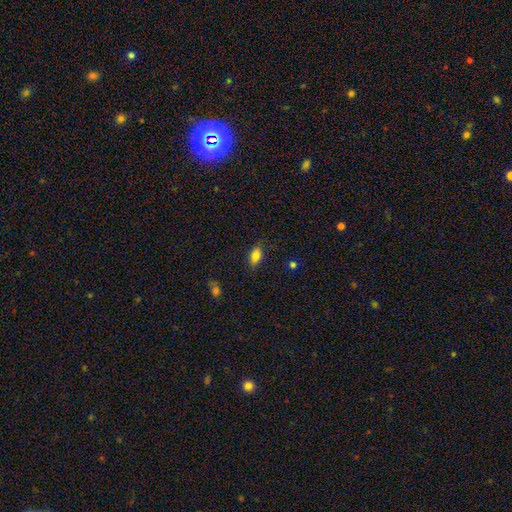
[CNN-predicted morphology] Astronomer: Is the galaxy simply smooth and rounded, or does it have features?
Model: smooth — 78%.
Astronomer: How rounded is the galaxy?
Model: in between — 84%.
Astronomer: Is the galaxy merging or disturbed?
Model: none — 81%.